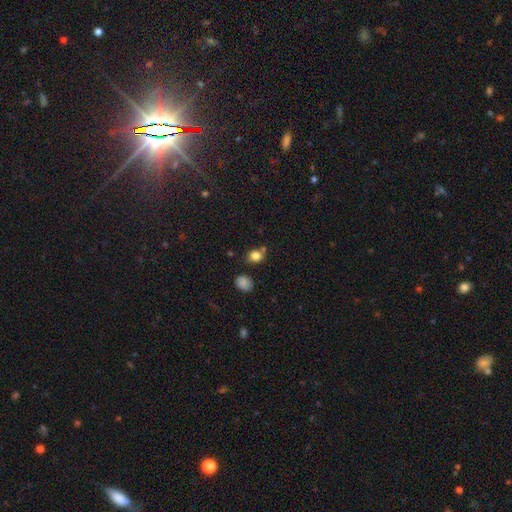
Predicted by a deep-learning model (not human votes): Q: Smooth or featured?
A: smooth (81%); runner-up: star or artifact (13%)
Q: How rounded?
A: round (62%); runner-up: in between (36%)
Q: Merging?
A: none (63%); runner-up: minor disturbance (16%)